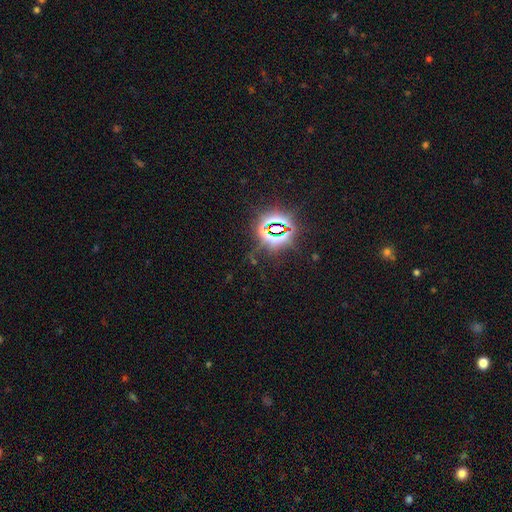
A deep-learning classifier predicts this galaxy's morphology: Overall: star or artifact (81%).